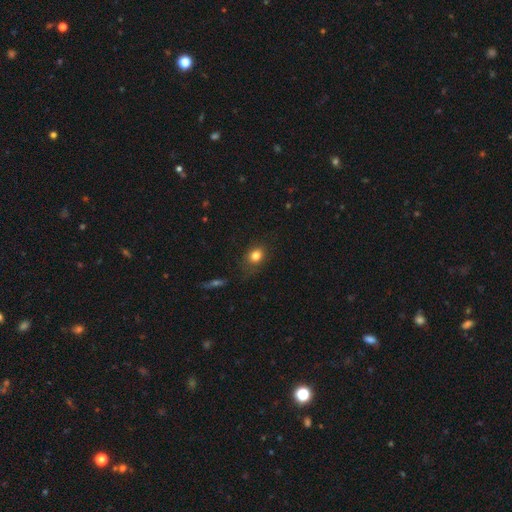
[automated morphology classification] A smooth galaxy with no disk features (81%) that is round (53%).

Vote fractions:
- Smooth or featured? smooth: 81% / star or artifact: 11% / featured or disk: 8%
- How rounded? round: 53% / in between: 45% / cigar-shaped: 1%
- Merging? none: 76% / minor disturbance: 17% / major disturbance: 5% / merger: 2%